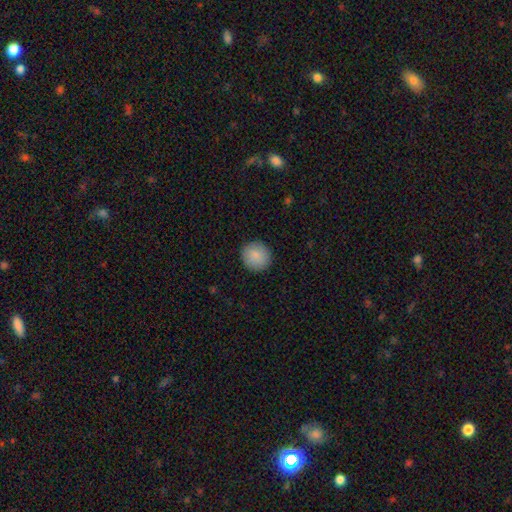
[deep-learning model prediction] smooth_or_featured: smooth (p=0.88) [alt: star or artifact p=0.07]
how_rounded: round (p=0.92) [alt: in between p=0.07]
merging: none (p=0.91) [alt: minor disturbance p=0.06]